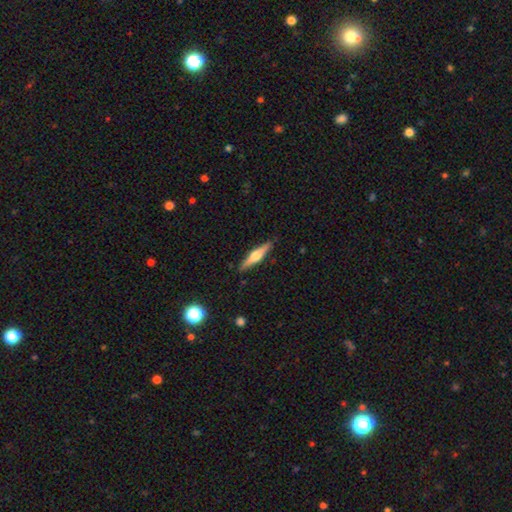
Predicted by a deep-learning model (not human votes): The model was most divided on "smooth or featured": featured or disk: 64%, smooth: 30%, star or artifact: 6%. More confident: edge-on disk — yes (97%); edge-on bulge — rounded (90%); merging — none (89%).